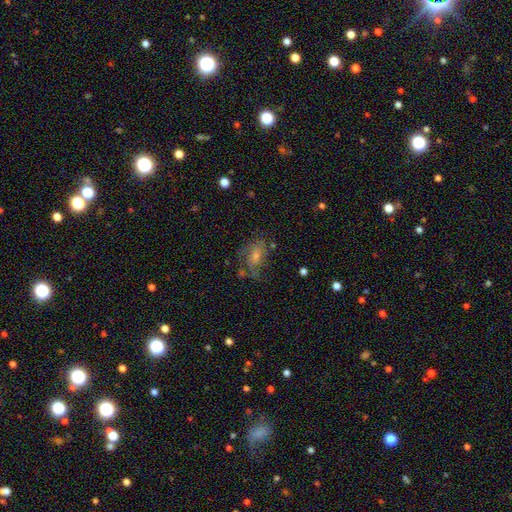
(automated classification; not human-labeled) This is possibly a featured or disk galaxy (49%). Merging: possibly none (58%).